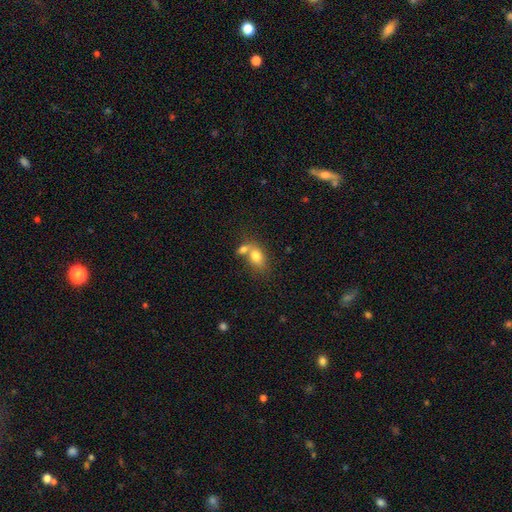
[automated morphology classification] Smooth or featured: smooth — 77% (featured or disk — 14%)
How rounded: in between — 77% (round — 21%)
Merging: merger — 53% (none — 31%)